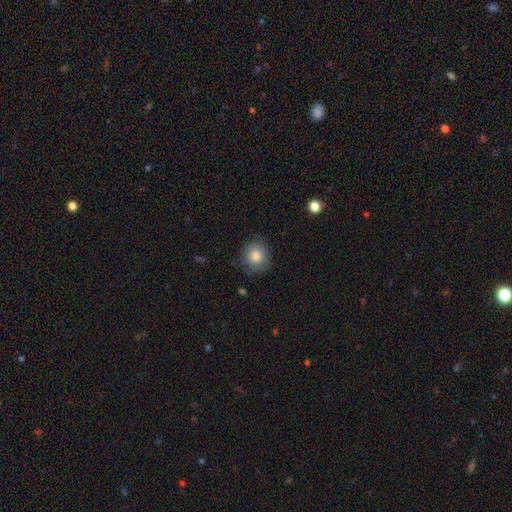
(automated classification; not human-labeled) A smooth galaxy with no disk features (83%) that is round (83%).

Vote fractions:
- Smooth or featured? smooth: 83% / star or artifact: 9% / featured or disk: 8%
- How rounded? round: 83% / in between: 16% / cigar-shaped: 1%
- Merging? none: 78% / minor disturbance: 17% / major disturbance: 4% / merger: 1%